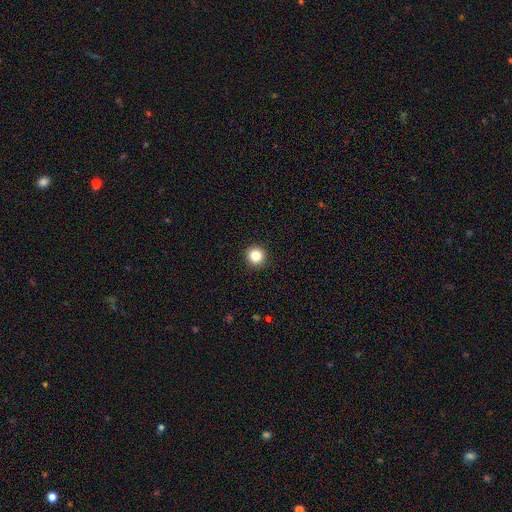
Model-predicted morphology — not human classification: A smooth galaxy with no disk features (86%) that is round (95%).

Vote fractions:
- Smooth or featured? smooth: 86% / star or artifact: 11% / featured or disk: 4%
- How rounded? round: 95% / in between: 4% / cigar-shaped: 1%
- Merging? none: 93% / minor disturbance: 5% / major disturbance: 2% / merger: 1%